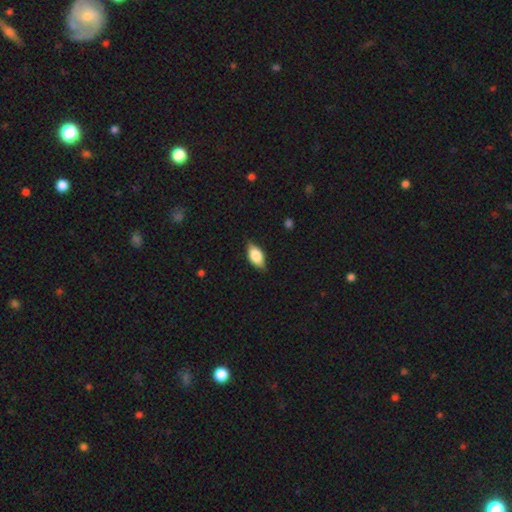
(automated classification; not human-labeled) Smooth or featured? smooth (74%)
How rounded? in between (88%)
Merging? none (81%)